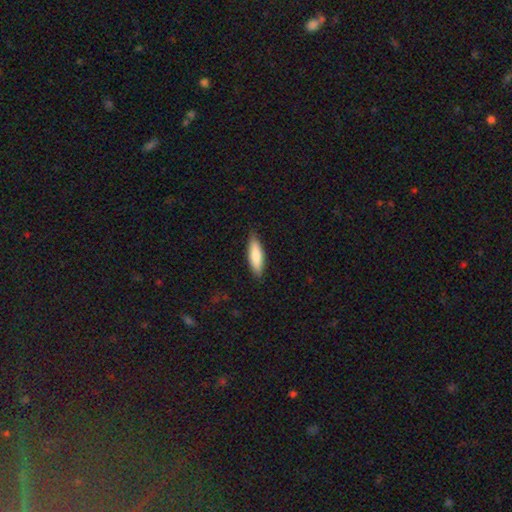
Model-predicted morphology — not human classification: This appears to be a smooth galaxy with no disk features (80%) that is cigar-shaped (53%). Merging: none (86%).